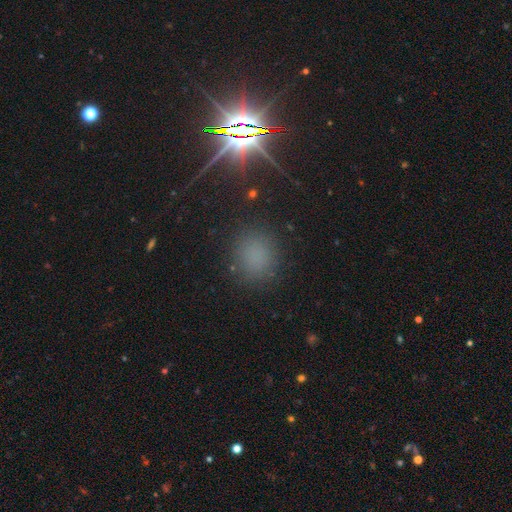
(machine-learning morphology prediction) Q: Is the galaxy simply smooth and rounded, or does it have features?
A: smooth — 61%.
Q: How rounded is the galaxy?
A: round — 74%.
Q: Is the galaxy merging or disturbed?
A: none — 85%.